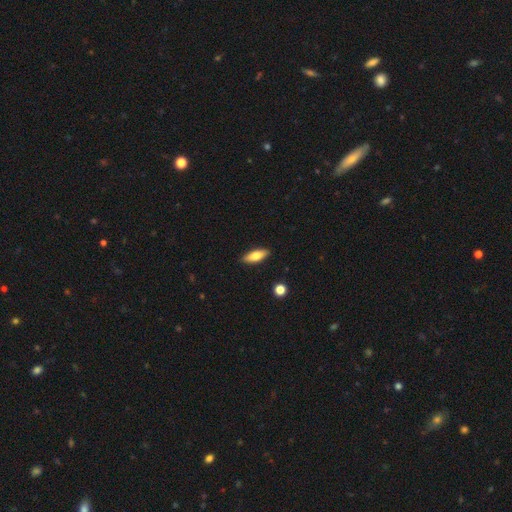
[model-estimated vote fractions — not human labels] Morphology: type=smooth (77%); roundness=in between (68%); merging=none (89%).